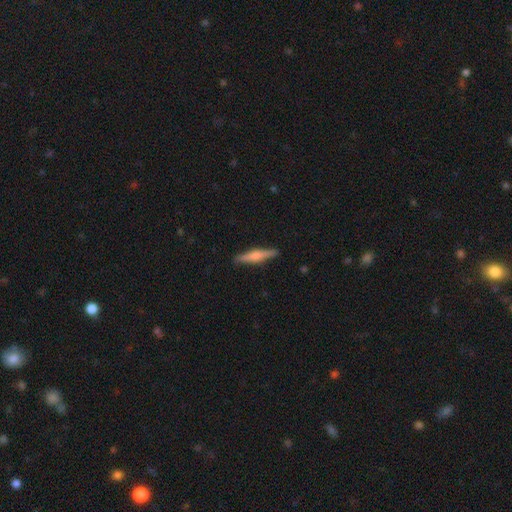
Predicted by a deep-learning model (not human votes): The model was most divided on "smooth or featured": featured or disk: 49%, smooth: 45%, star or artifact: 6%. More confident: merging — none (90%).